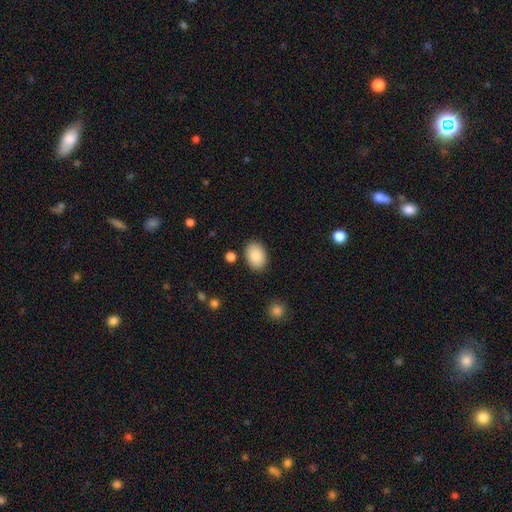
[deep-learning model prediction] A smooth galaxy with no disk features (88%) that is in between round and cigar-shaped (86%).

Vote fractions:
- Smooth or featured? smooth: 88% / star or artifact: 7% / featured or disk: 5%
- How rounded? in between: 86% / round: 13% / cigar-shaped: 1%
- Merging? none: 86% / minor disturbance: 10% / major disturbance: 3% / merger: 2%